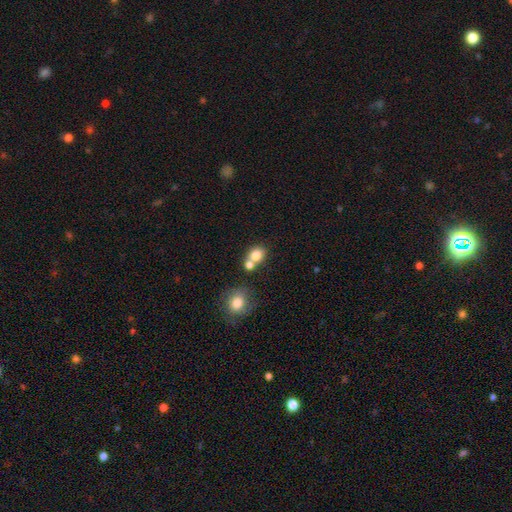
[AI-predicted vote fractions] This is likely a smooth galaxy (80%). How rounded: possibly round (58%). Merging: marginally merger (43%, tied with none).